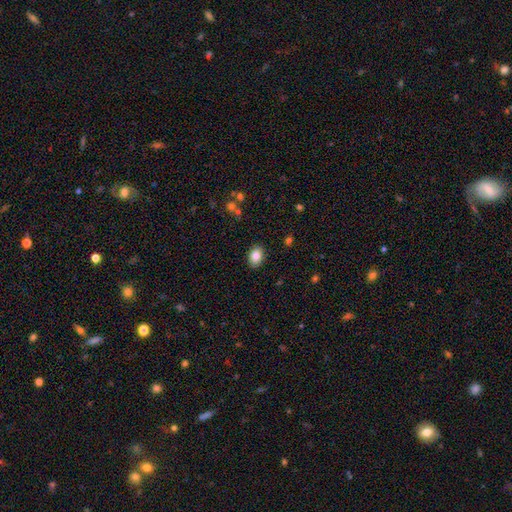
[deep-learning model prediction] This is clearly a smooth galaxy (84%). How rounded: likely in between (79%). Merging: clearly none (88%).